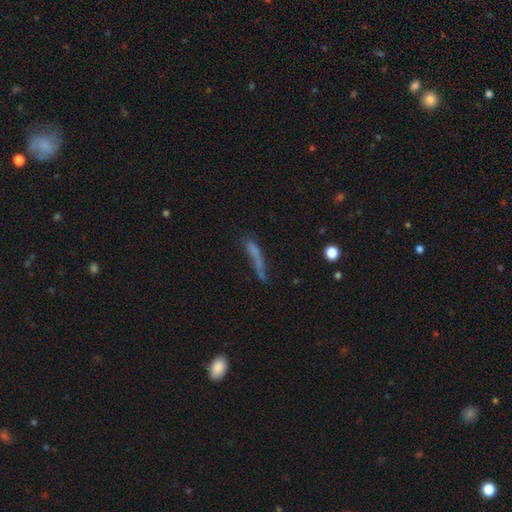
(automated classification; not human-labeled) smooth_or_featured: smooth (p=0.54) [alt: featured or disk p=0.30]
how_rounded: cigar-shaped (p=0.85) [alt: in between p=0.12]
merging: none (p=0.45) [alt: minor disturbance p=0.23]